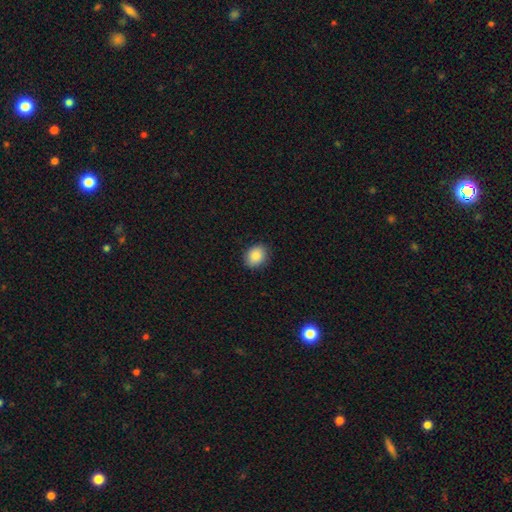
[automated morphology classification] smooth 88%, star or artifact 8%, featured or disk 4%. Down the decision tree: how rounded — round (52%); merging — none (87%).